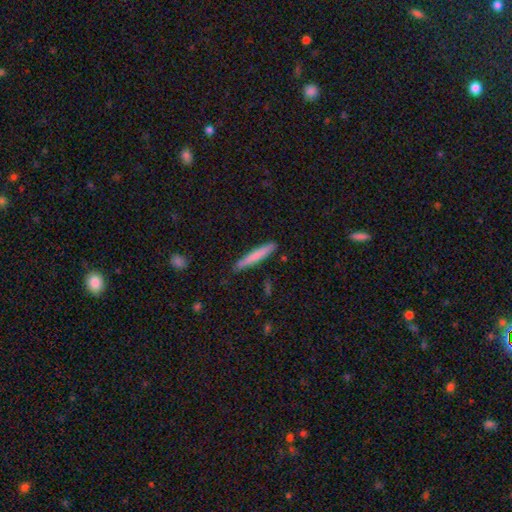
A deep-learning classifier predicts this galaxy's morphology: smooth-or-featured: smooth: 73% | featured or disk: 21% | star or artifact: 6%
  how-rounded: cigar-shaped: 95% | in between: 4% | round: 1%
  merging: none: 85% | minor disturbance: 12% | major disturbance: 2% | merger: 2%